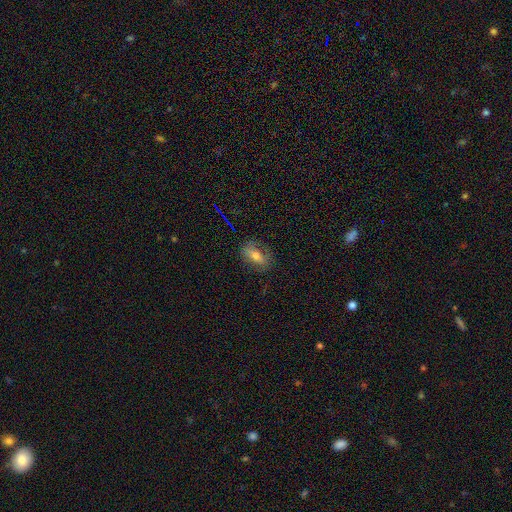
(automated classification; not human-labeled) This appears to be a smooth galaxy with no disk features (60%) that is in between round and cigar-shaped (79%). Merging: none (77%).